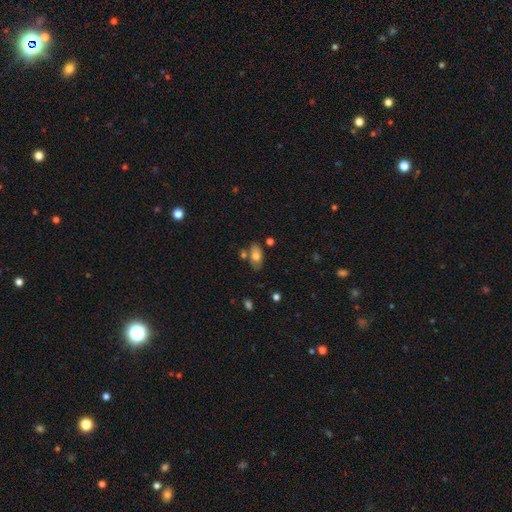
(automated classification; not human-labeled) Morphology: type=smooth (71%); roundness=in between (91%); merging=none (66%).